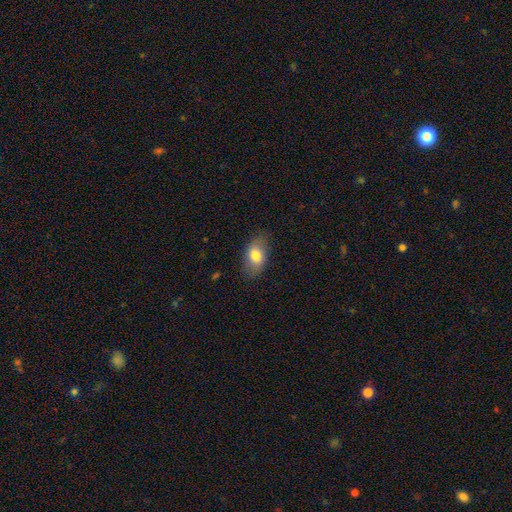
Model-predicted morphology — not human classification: type=smooth (77%); roundness=in between (89%); merging=none (80%).